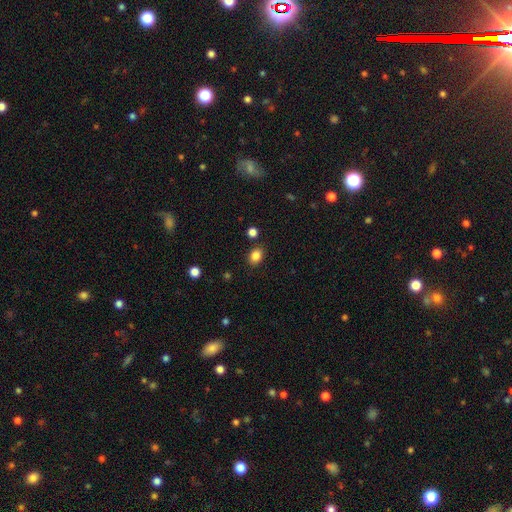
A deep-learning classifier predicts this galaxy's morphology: Overall: smooth (85%). How rounded: in between (52%; round 47%). Merging: none (84%).